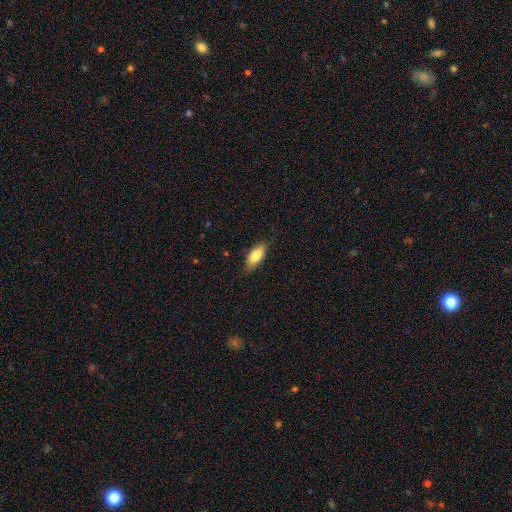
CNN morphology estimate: Smooth or featured: smooth — 80% (featured or disk — 13%)
How rounded: in between — 84% (cigar-shaped — 14%)
Merging: none — 83% (minor disturbance — 14%)